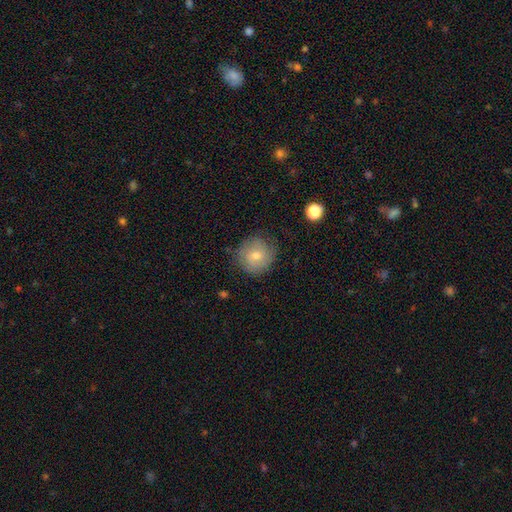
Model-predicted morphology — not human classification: The model was most divided on "smooth or featured": smooth: 57%, featured or disk: 32%, star or artifact: 11%. More confident: how rounded — round (91%); merging — none (77%).